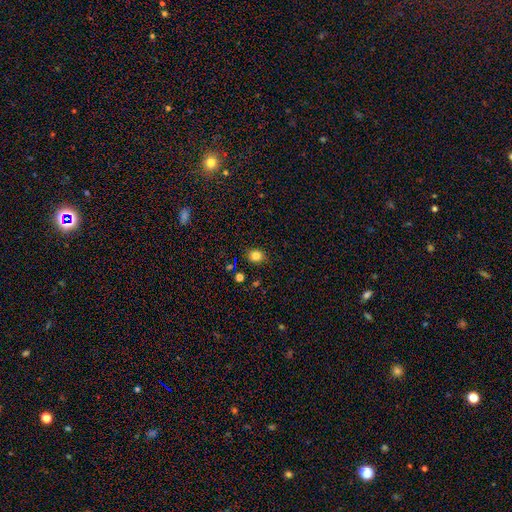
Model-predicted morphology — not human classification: This is clearly a smooth galaxy (81%). How rounded: likely round (67%). Merging: clearly none (88%).